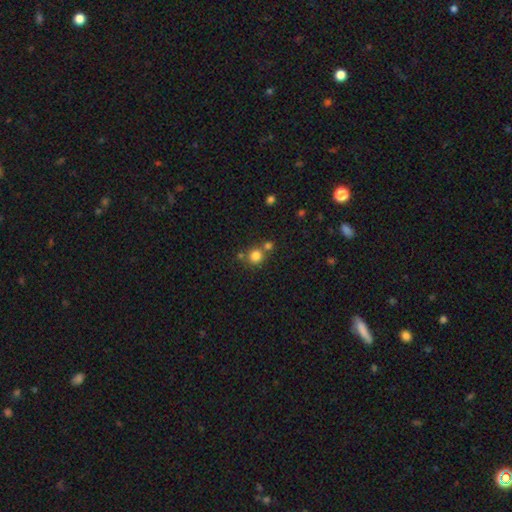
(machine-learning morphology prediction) Smooth or featured: smooth — 81% (star or artifact — 13%)
How rounded: round — 88% (in between — 11%)
Merging: none — 62% (merger — 27%)